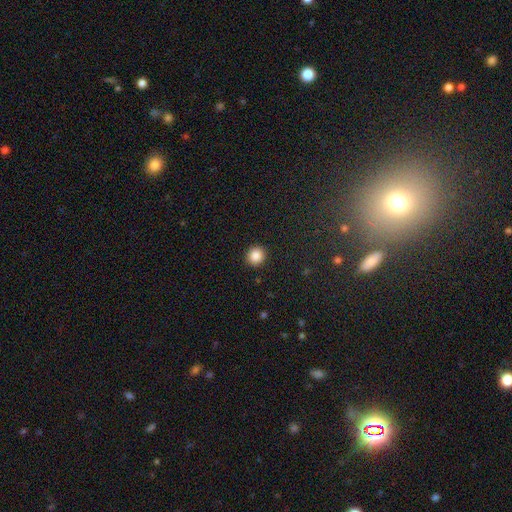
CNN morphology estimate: type=smooth (87%); roundness=round (91%); merging=none (92%).